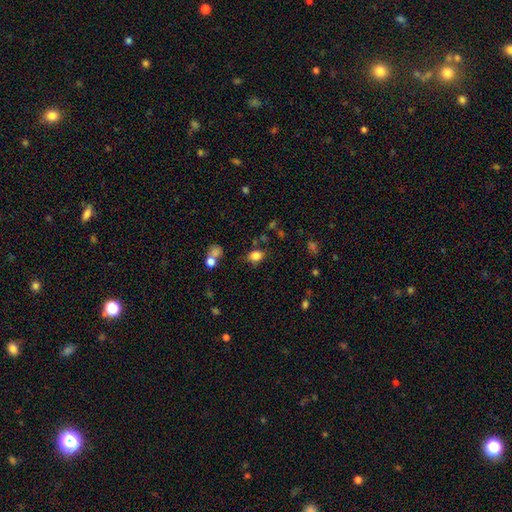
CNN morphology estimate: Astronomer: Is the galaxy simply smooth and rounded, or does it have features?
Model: smooth — 82%.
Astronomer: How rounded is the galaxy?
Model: in between — 58% (runner-up: round, 40%).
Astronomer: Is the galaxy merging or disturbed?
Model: none — 72%.